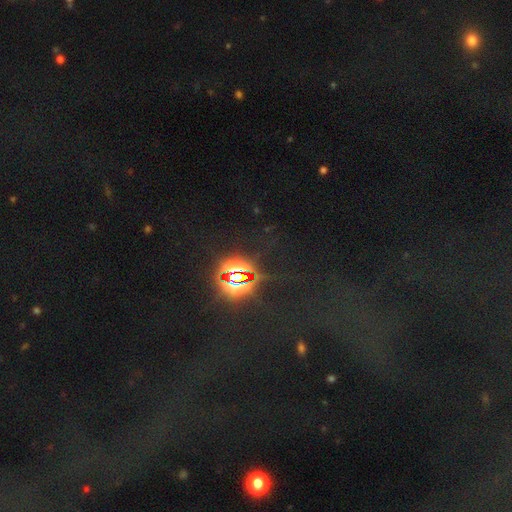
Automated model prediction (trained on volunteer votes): Smooth or featured? Predicted: star or artifact (p=0.70).